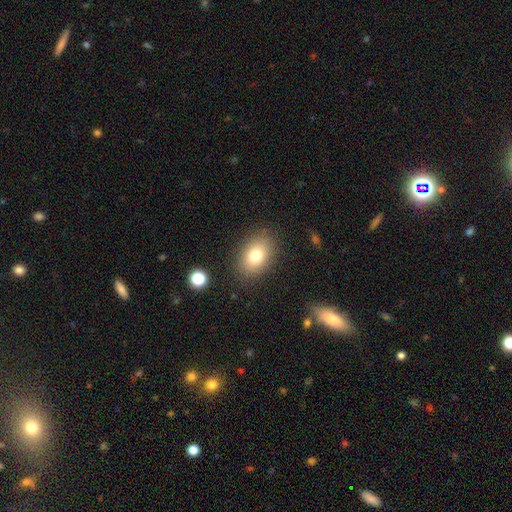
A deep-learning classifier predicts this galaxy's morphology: This appears to be a smooth galaxy with no disk features (78%) that is in between round and cigar-shaped (79%). Merging: none (85%).